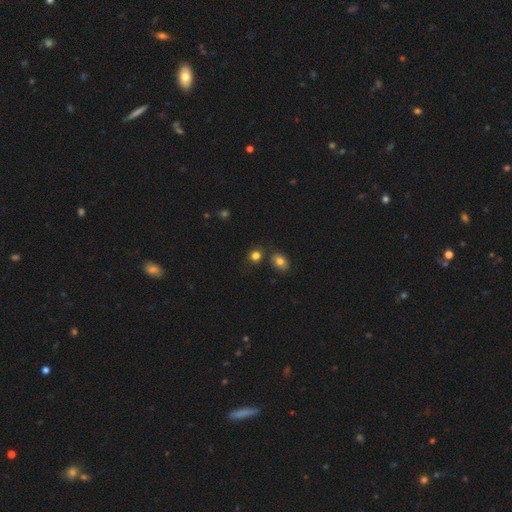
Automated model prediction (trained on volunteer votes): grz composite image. It shows a smooth galaxy with no disk features (80%) that is round (66%). Merging: none (73%).